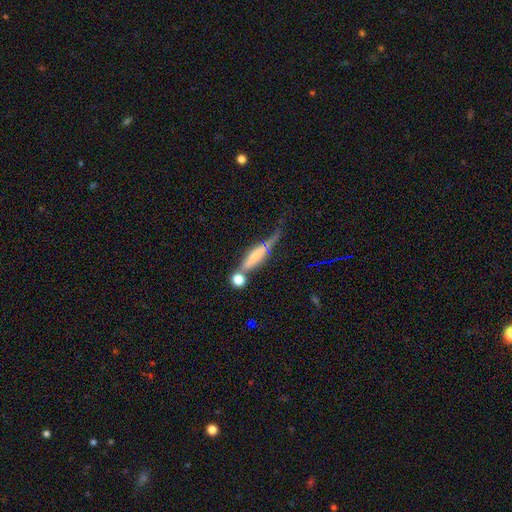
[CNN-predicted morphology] A featured or disk galaxy (51%) viewed edge-on (87%). Merging: none (47%).